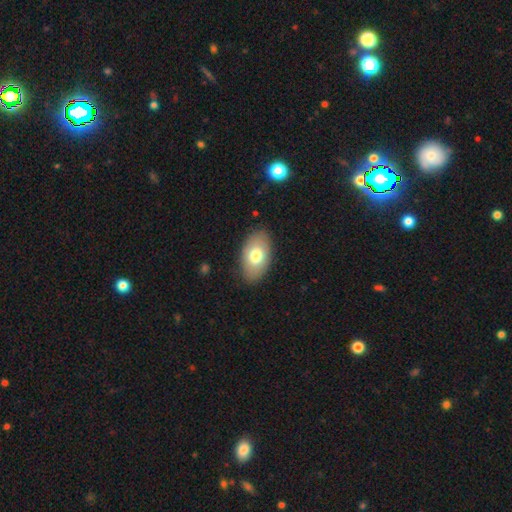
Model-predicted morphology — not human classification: This is likely a smooth galaxy (73%). How rounded: clearly in between (93%). Merging: clearly none (86%).